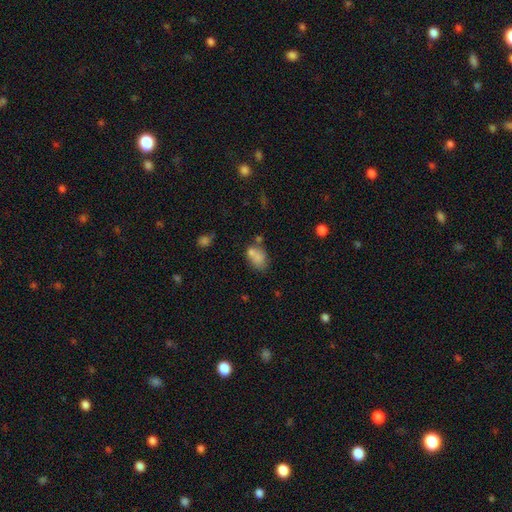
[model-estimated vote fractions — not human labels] Overall: smooth (75%). How rounded: in between (79%). Merging: none (41%; merger 33%).